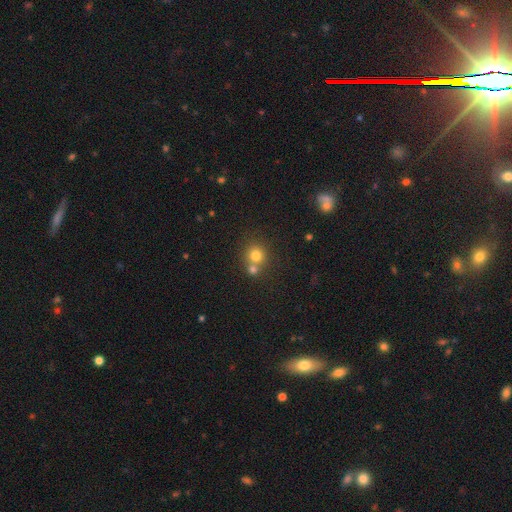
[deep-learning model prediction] smooth-or-featured: smooth: 77% | star or artifact: 14% | featured or disk: 9%
  how-rounded: round: 88% | in between: 11% | cigar-shaped: 1%
  merging: none: 52% | merger: 39% | minor disturbance: 6% | major disturbance: 2%